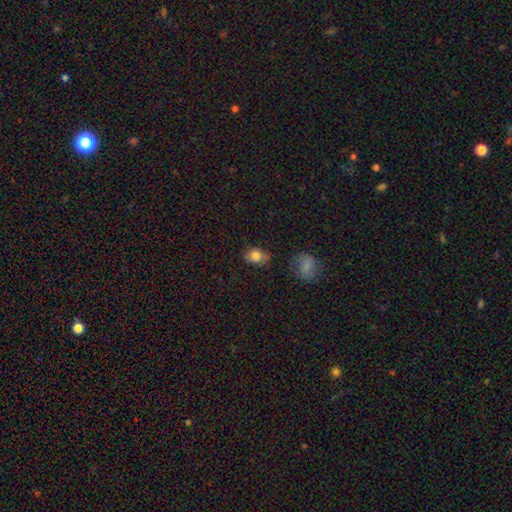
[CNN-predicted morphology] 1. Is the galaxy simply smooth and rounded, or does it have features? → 80% smooth, 10% featured or disk, 9% star or artifact.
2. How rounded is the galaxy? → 70% in between, 29% round, 2% cigar-shaped.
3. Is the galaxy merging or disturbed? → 75% none, 18% minor disturbance, 4% major disturbance, 2% merger.